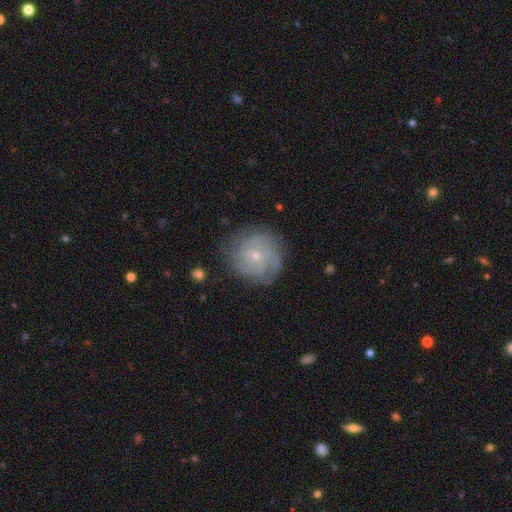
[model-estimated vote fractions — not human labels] Overall: featured or disk (77%). Edge-on disk: no (98%). Bar: no (79%). Spiral arms: yes (95%). Spiral arm count: can't tell (28%; 3 25%). Spiral winding: tight (70%). Bulge size: small (77%). Merging: none (82%).